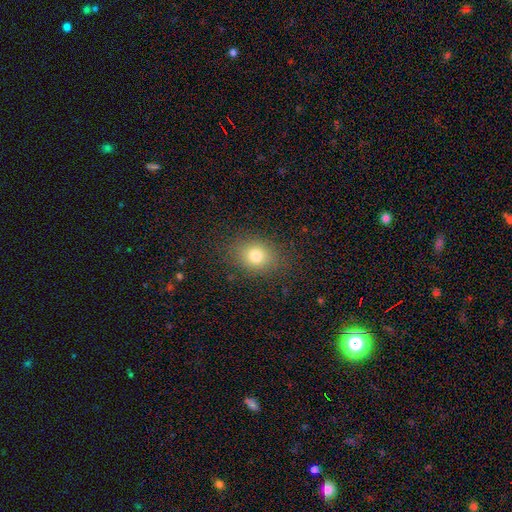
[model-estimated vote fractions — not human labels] The model was most divided on "how rounded": round: 51%, in between: 48%, cigar-shaped: 1%. More confident: merging — none (84%); smooth or featured — smooth (77%).